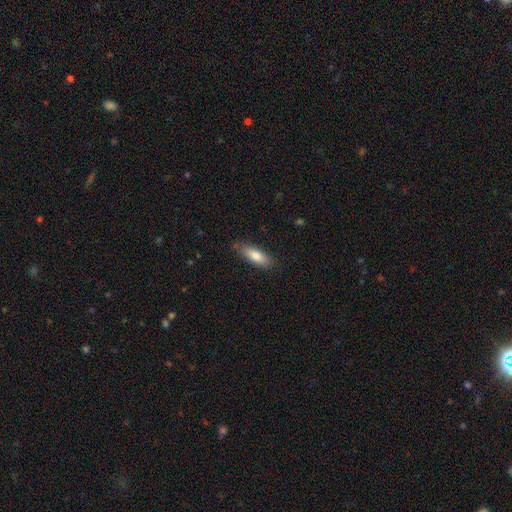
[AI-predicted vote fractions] Smooth or featured?
  - smooth: 80% *
  - featured or disk: 14%
  - star or artifact: 6%
How rounded?
  - in between: 64% *
  - cigar-shaped: 35%
  - round: 2%
Merging?
  - none: 83% *
  - minor disturbance: 13%
  - major disturbance: 3%
  - merger: 2%